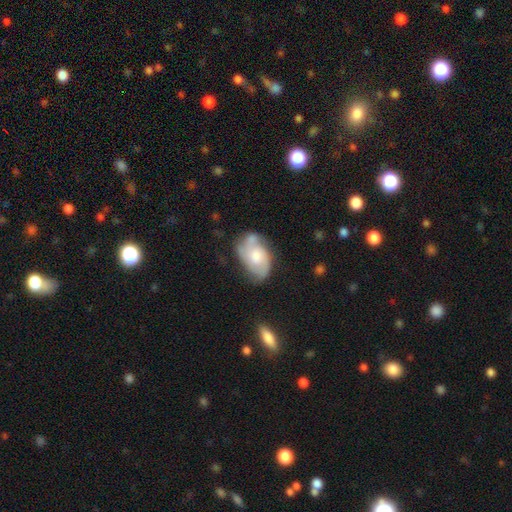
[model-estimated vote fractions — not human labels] smooth-or-featured: featured or disk: 60% | smooth: 33% | star or artifact: 6%
  disk-edge-on: no: 96% | yes: 4%
    bar: no: 68% | weak: 28% | strong: 4%
    has-spiral-arms: yes: 83% | no: 17%
    bulge-size: moderate: 51% | small: 27% | large: 14% | none: 6% | dominant: 2%
  merging: none: 50% | minor disturbance: 29% | major disturbance: 12% | merger: 9%